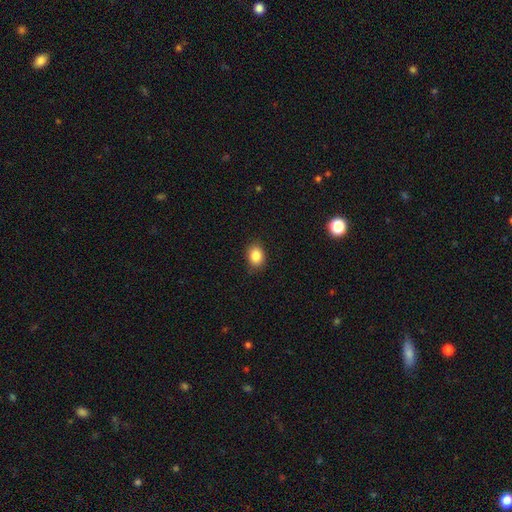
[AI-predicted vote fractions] smooth-or-featured: smooth: 85% | star or artifact: 9% | featured or disk: 5%
  how-rounded: in between: 59% | round: 40% | cigar-shaped: 1%
  merging: none: 85% | minor disturbance: 12% | major disturbance: 2% | merger: 1%